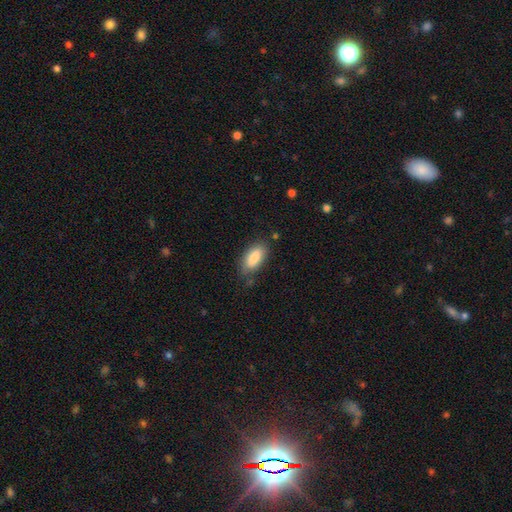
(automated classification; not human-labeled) Smooth or featured? Predicted: smooth (p=0.86). How rounded? Predicted: in between (p=0.86). Merging? Predicted: none (p=0.77).